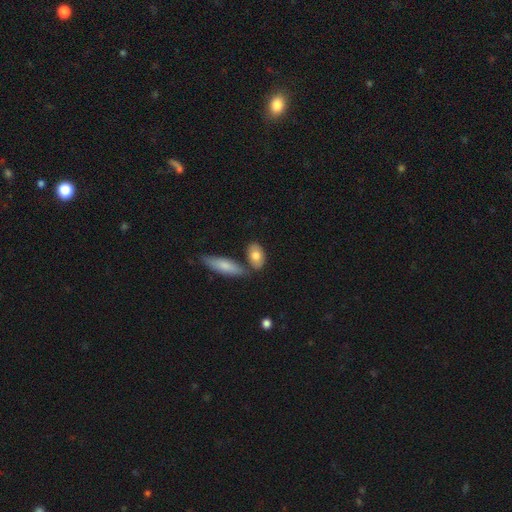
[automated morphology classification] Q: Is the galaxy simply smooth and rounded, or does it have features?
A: smooth — 77%.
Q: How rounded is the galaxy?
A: in between — 86%.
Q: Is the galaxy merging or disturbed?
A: none — 68%.